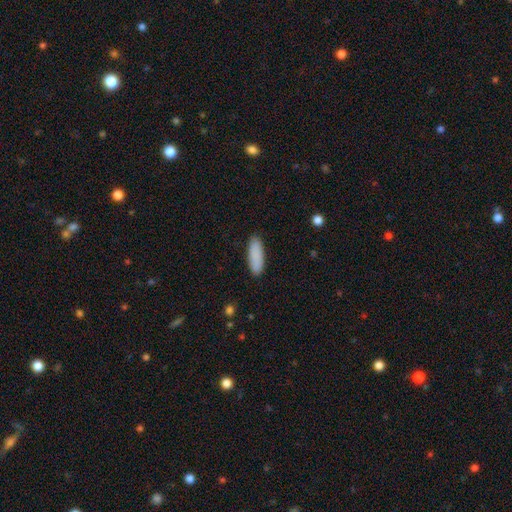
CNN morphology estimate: type=smooth (89%); roundness=in between (52%); merging=none (89%).